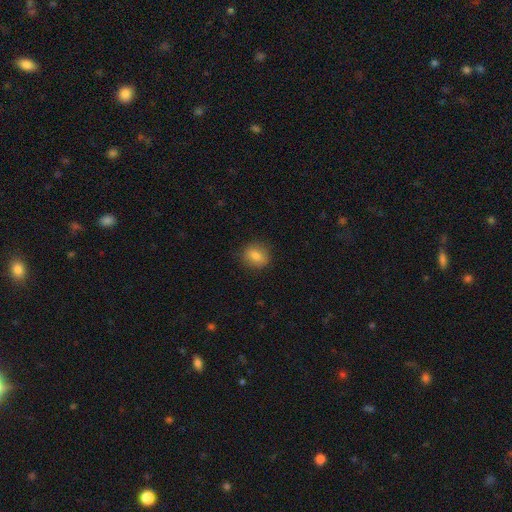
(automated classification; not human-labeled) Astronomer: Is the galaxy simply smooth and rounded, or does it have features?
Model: smooth — 81%.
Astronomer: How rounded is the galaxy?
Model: round — 76%.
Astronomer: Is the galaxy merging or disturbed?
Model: none — 86%.